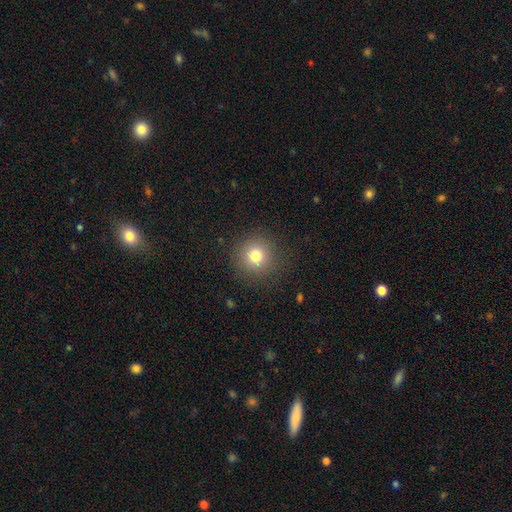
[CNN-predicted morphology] A smooth galaxy with no disk features (78%) that is round (93%).

Vote fractions:
- Smooth or featured? smooth: 78% / star or artifact: 14% / featured or disk: 8%
- How rounded? round: 93% / in between: 6% / cigar-shaped: 1%
- Merging? none: 88% / minor disturbance: 7% / major disturbance: 4% / merger: 1%